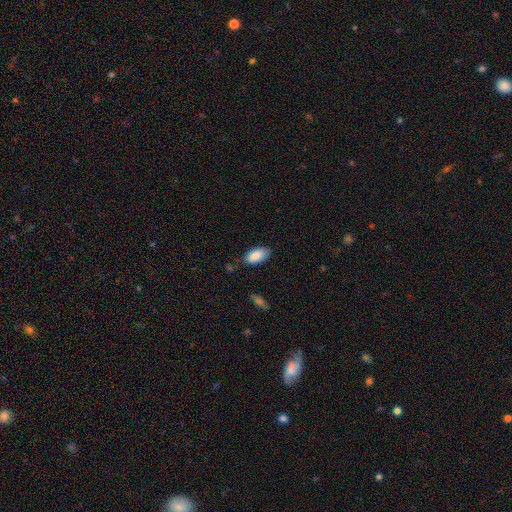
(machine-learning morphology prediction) smooth_or_featured: smooth (p=0.87) [alt: featured or disk p=0.07]
how_rounded: in between (p=0.93) [alt: cigar-shaped p=0.04]
merging: none (p=0.77) [alt: minor disturbance p=0.17]